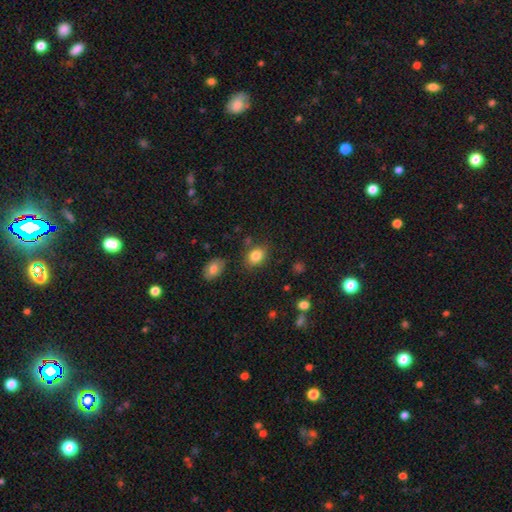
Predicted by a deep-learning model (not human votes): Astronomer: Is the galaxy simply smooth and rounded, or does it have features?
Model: smooth — 84%.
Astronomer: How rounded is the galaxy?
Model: in between — 68%.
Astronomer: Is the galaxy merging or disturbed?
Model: none — 79%.